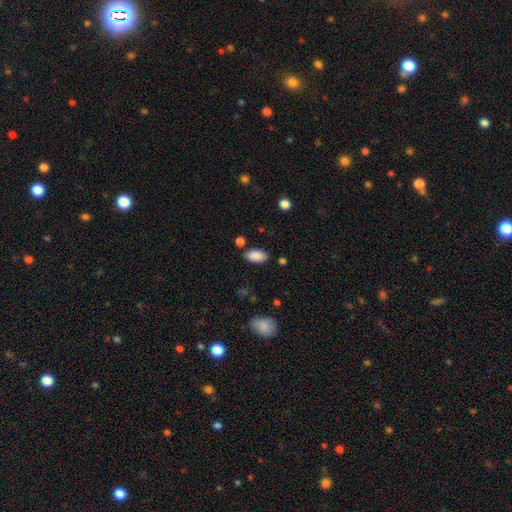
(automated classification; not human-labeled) Smooth or featured? smooth (89%)
How rounded? in between (94%)
Merging? none (83%)